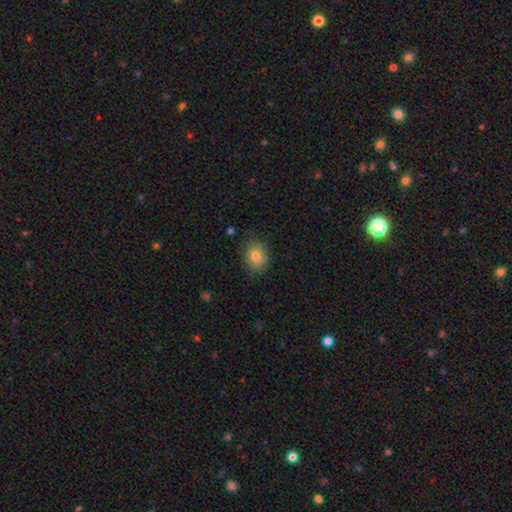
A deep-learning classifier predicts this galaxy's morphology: Smooth or featured: smooth — 79% (featured or disk — 12%)
How rounded: in between — 53% (round — 46%)
Merging: none — 79% (minor disturbance — 16%)